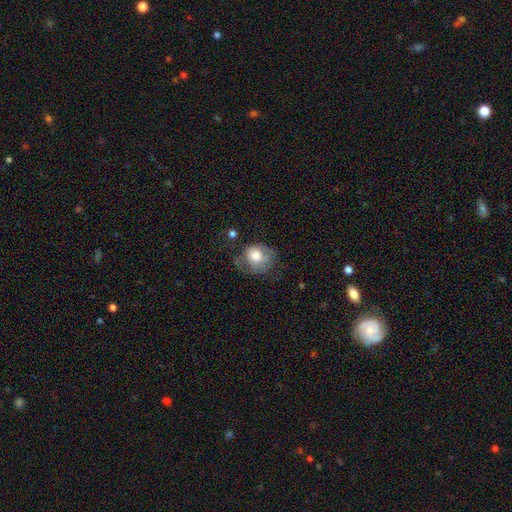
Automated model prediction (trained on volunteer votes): Smooth or featured? smooth (72%)
How rounded? round (70%)
Merging? none (42%)